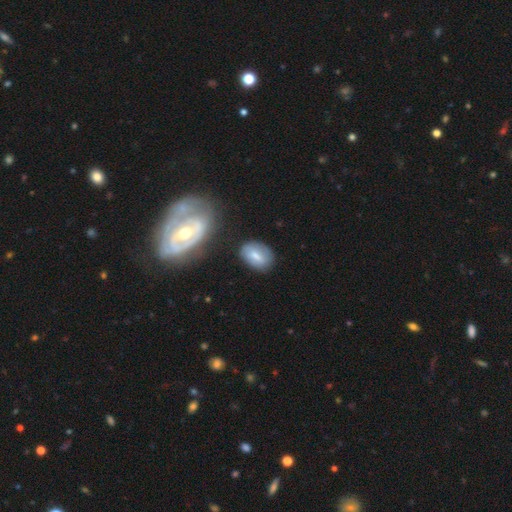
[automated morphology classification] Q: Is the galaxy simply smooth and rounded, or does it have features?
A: smooth — 70%.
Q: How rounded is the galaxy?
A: in between — 83%.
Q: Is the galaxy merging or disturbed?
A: none — 73%.